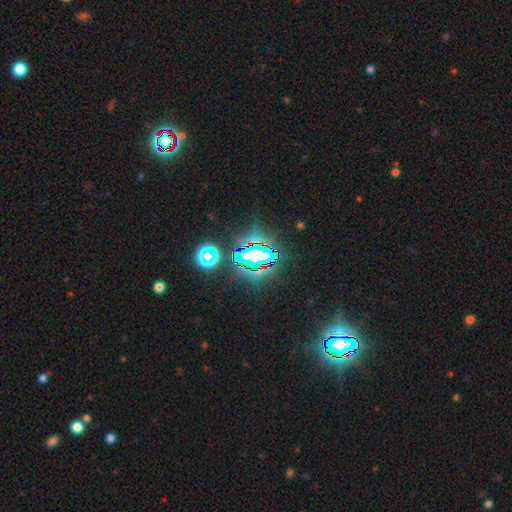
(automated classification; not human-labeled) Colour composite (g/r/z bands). It shows a star or artifact, not a galaxy (72%).